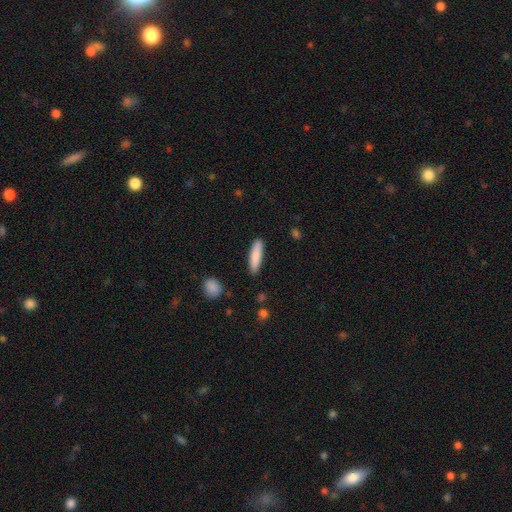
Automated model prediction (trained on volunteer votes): smooth 84%, featured or disk 10%, star or artifact 6%. Down the decision tree: how rounded — cigar-shaped (78%); merging — none (88%).